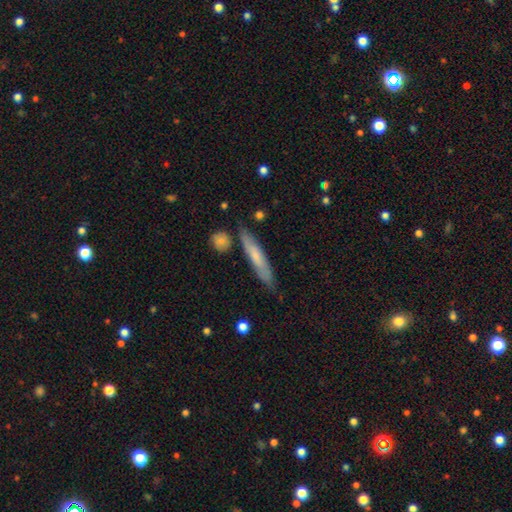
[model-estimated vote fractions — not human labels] This is possibly a smooth galaxy (59%). How rounded: clearly cigar-shaped (89%). Merging: likely none (77%).